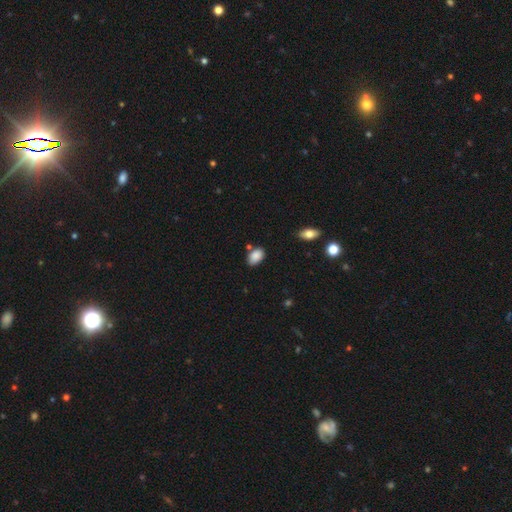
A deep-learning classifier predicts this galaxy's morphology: smooth_or_featured: smooth (p=0.87) [alt: star or artifact p=0.08]
how_rounded: in between (p=0.88) [alt: round p=0.11]
merging: none (p=0.73) [alt: minor disturbance p=0.18]